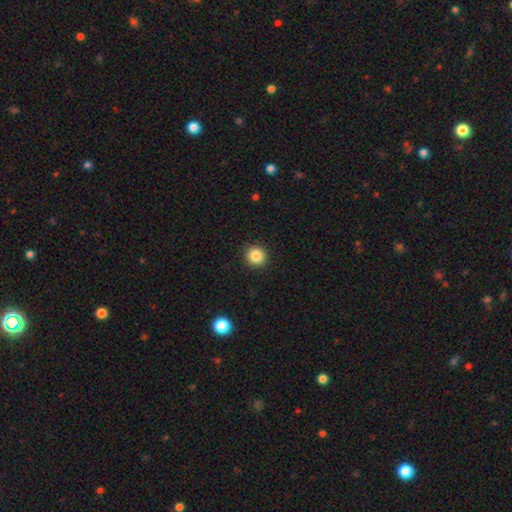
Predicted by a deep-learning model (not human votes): A smooth galaxy with no disk features (86%) that is round (92%).

Vote fractions:
- Smooth or featured? smooth: 86% / star or artifact: 10% / featured or disk: 4%
- How rounded? round: 92% / in between: 7% / cigar-shaped: 1%
- Merging? none: 92% / minor disturbance: 5% / major disturbance: 2% / merger: 1%